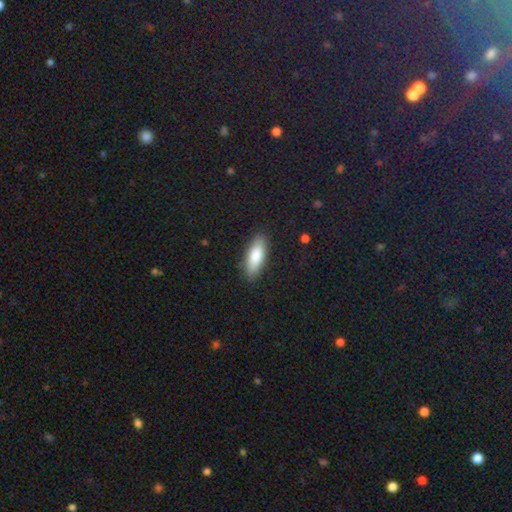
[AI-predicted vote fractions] This is clearly a smooth galaxy (81%). How rounded: likely in between (67%). Merging: clearly none (87%).